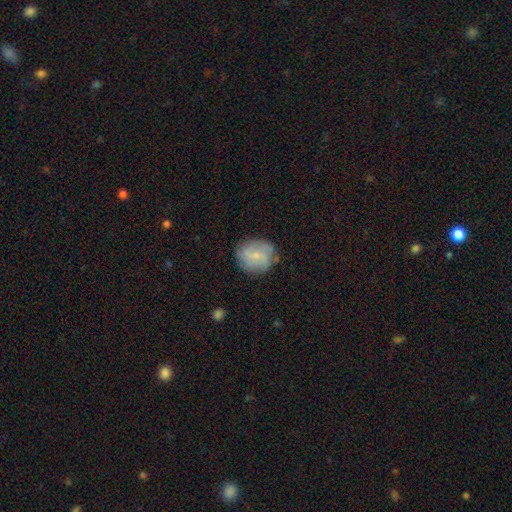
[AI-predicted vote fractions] The model was most divided on "smooth or featured": smooth: 53%, featured or disk: 39%, star or artifact: 8%. More confident: how rounded — round (79%); merging — none (76%).